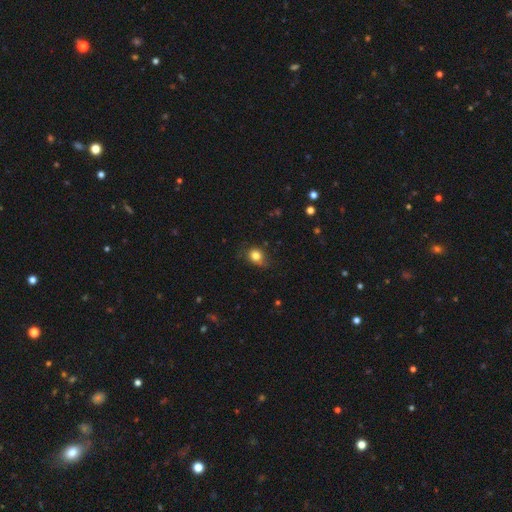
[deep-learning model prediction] smooth_or_featured: smooth (p=0.81) [alt: star or artifact p=0.11]
how_rounded: round (p=0.60) [alt: in between p=0.39]
merging: none (p=0.66) [alt: minor disturbance p=0.26]